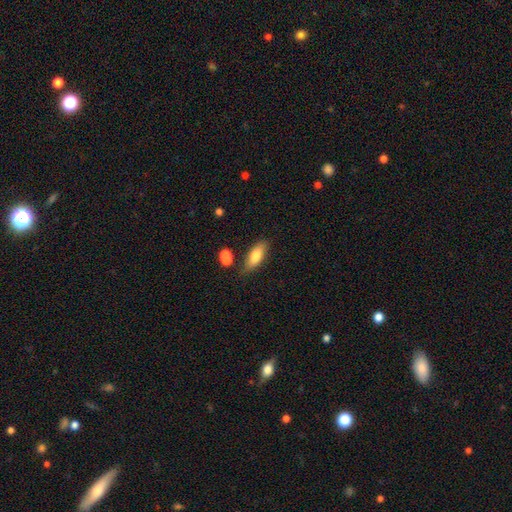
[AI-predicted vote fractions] This appears to be a smooth galaxy with no disk features (77%) that is in between round and cigar-shaped (73%). Merging: none (71%).